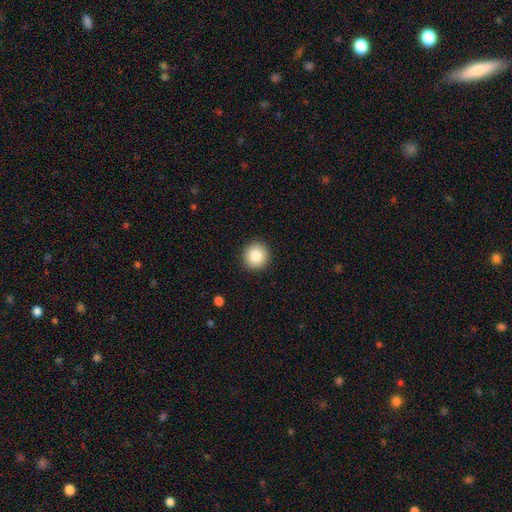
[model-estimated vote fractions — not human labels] A smooth galaxy with no disk features (85%) that is round (94%). Merging: none (92%).